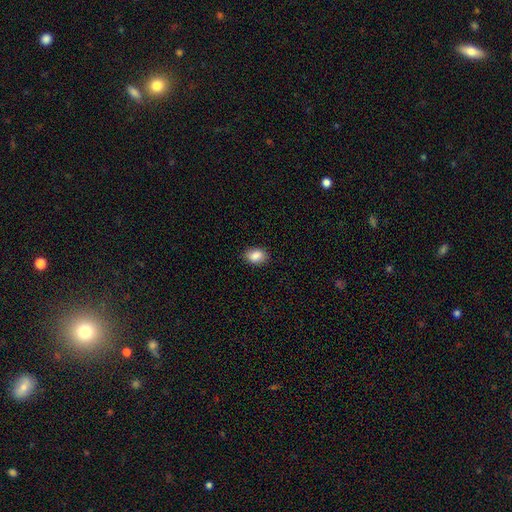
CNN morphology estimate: Smooth or featured? smooth (88%)
How rounded? in between (79%)
Merging? none (86%)